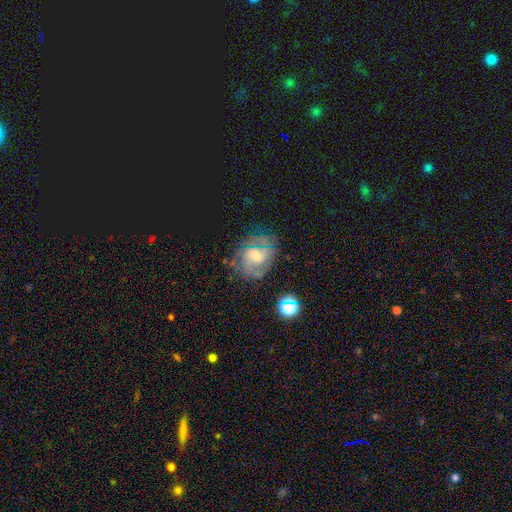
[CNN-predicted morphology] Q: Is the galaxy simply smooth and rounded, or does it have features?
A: featured or disk — 78%.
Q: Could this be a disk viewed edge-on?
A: no — 97%.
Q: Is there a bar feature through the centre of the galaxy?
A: no — 47%.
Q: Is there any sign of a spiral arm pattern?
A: yes — 92%.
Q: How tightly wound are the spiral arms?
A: tight — 47%.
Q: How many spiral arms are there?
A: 2 — 44%.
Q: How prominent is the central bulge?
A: moderate — 55%.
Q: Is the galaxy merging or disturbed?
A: none — 68%.